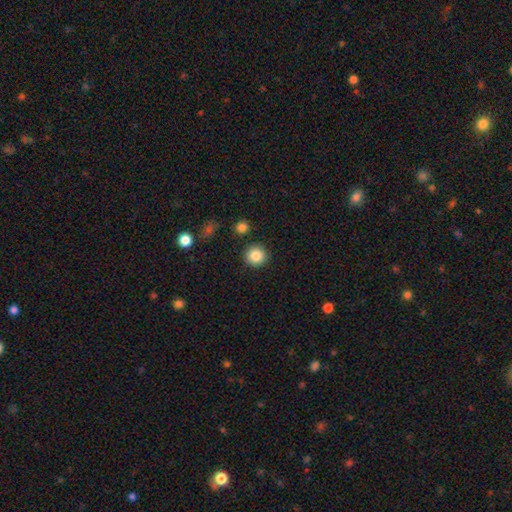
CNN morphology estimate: This is clearly a smooth galaxy (87%). How rounded: clearly round (92%). Merging: clearly none (89%).